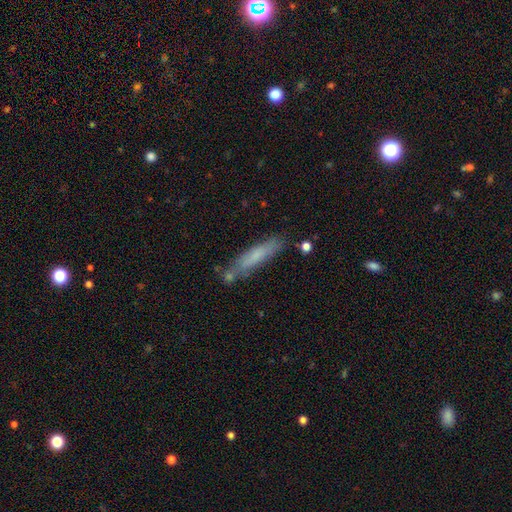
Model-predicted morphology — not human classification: Smooth or featured? Predicted: smooth (p=0.66). How rounded? Predicted: cigar-shaped (p=0.85). Merging? Predicted: none (p=0.72).